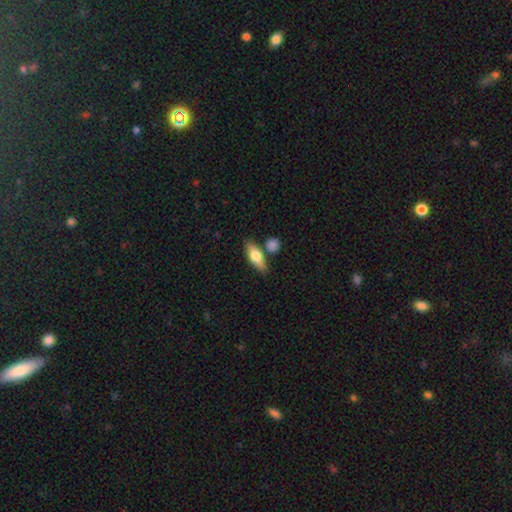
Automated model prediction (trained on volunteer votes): This appears to be a smooth galaxy with no disk features (65%) that is in between round and cigar-shaped (64%). Merging: none (71%).